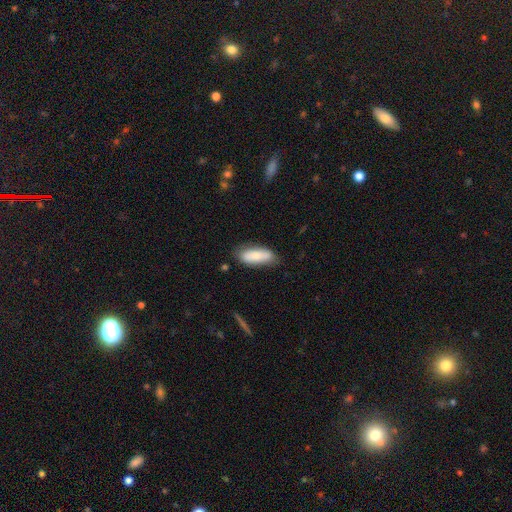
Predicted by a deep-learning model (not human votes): Smooth or featured: smooth — 76% (featured or disk — 18%)
How rounded: in between — 72% (cigar-shaped — 26%)
Merging: none — 75% (minor disturbance — 19%)